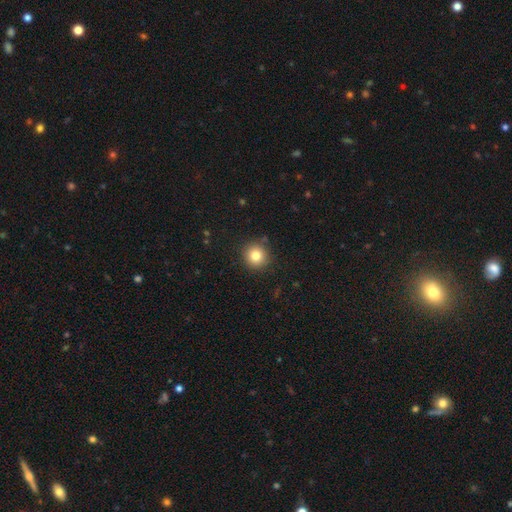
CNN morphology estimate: Smooth or featured? Predicted: smooth (p=0.81). How rounded? Predicted: round (p=0.94). Merging? Predicted: none (p=0.89).